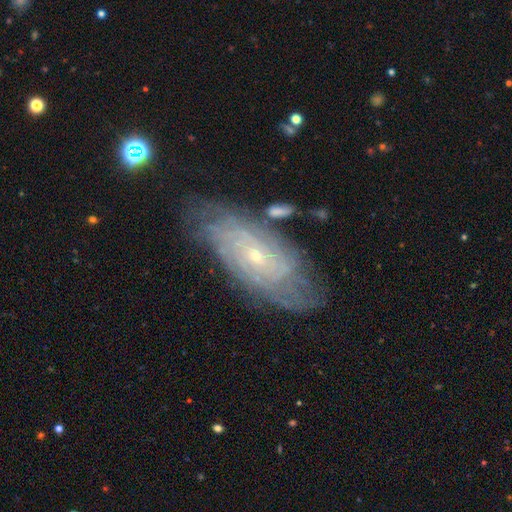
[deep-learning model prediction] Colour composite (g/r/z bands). It shows a featured or disk galaxy (79%) with no bar (74%), tight (75%) spiral arms (91%) and a small central bulge (81%). Merging: none (74%).